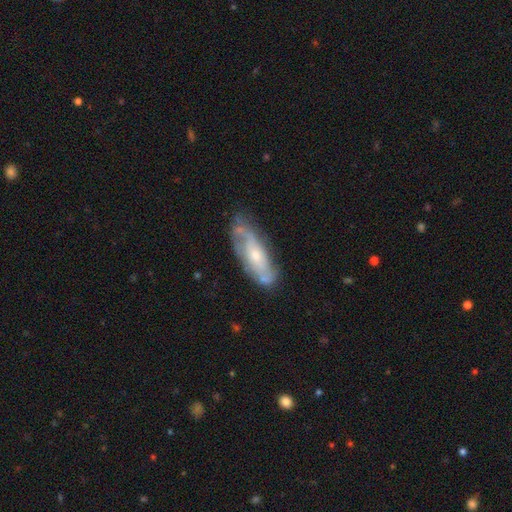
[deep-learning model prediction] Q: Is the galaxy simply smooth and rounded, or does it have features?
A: featured or disk — 68%.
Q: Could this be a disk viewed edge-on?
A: no — 80%.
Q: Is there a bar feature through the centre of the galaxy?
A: no — 66%.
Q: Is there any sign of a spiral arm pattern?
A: yes — 75%.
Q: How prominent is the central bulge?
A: small — 53%.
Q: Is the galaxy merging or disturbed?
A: none — 65%.